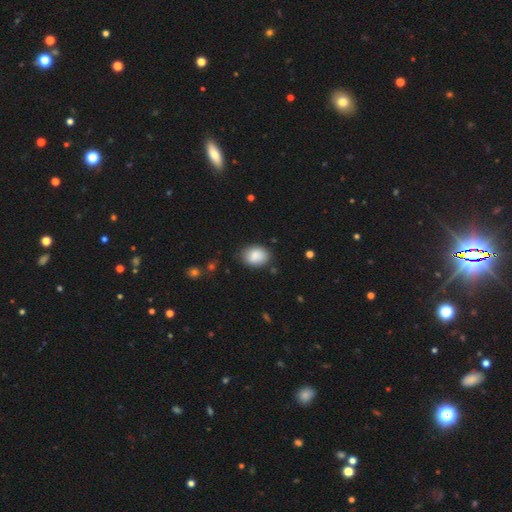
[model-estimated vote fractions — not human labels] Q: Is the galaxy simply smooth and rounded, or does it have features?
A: smooth — 87%.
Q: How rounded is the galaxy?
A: in between — 71%.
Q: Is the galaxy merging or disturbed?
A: none — 79%.